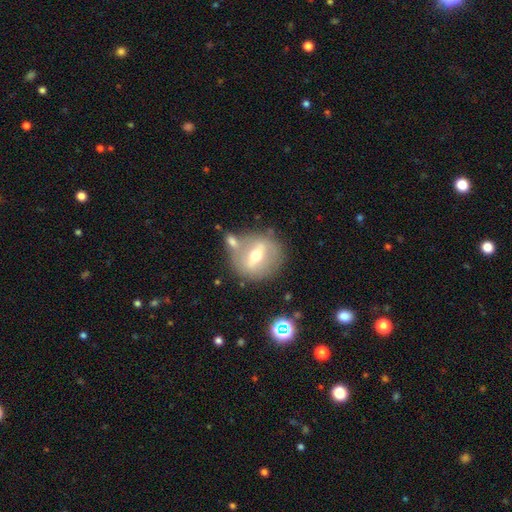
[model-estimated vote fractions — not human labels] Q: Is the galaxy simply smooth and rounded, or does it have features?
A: featured or disk — 58%.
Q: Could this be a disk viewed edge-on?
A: no — 78%.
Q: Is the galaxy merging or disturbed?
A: none — 65%.